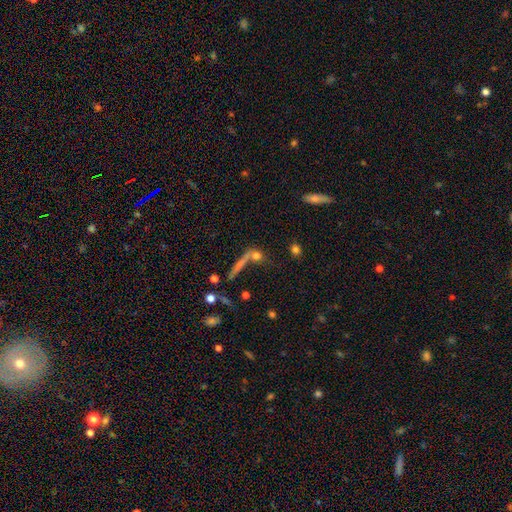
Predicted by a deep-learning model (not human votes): Smooth or featured?
  - smooth: 66% *
  - featured or disk: 20%
  - star or artifact: 14%
How rounded?
  - round: 52% *
  - cigar-shaped: 28%
  - in between: 20%
Merging?
  - none: 57% *
  - merger: 26%
  - minor disturbance: 10%
  - major disturbance: 7%